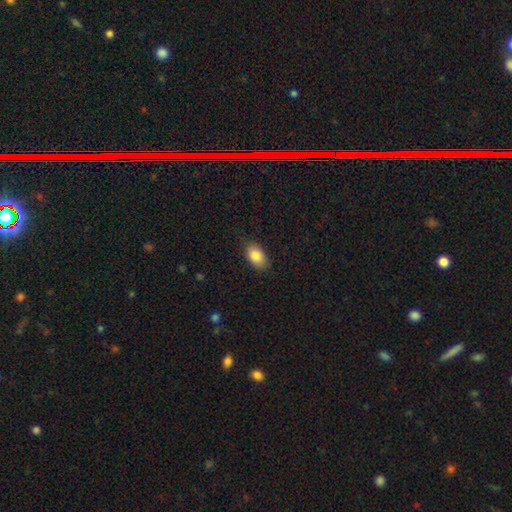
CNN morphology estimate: A smooth galaxy with no disk features (85%) that is in between round and cigar-shaped (90%). Merging: none (83%).